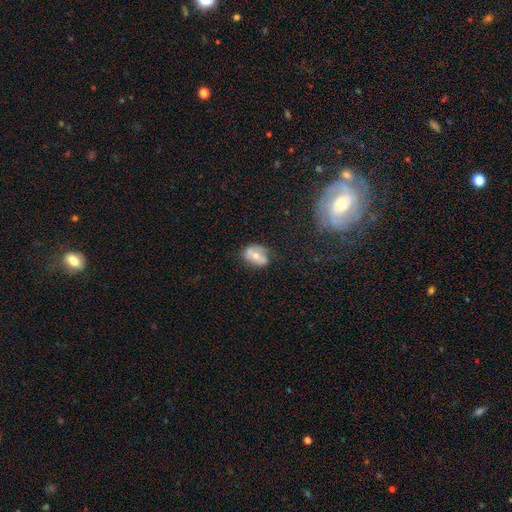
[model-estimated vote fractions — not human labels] Morphology: type=smooth (47%); merging=none (55%).